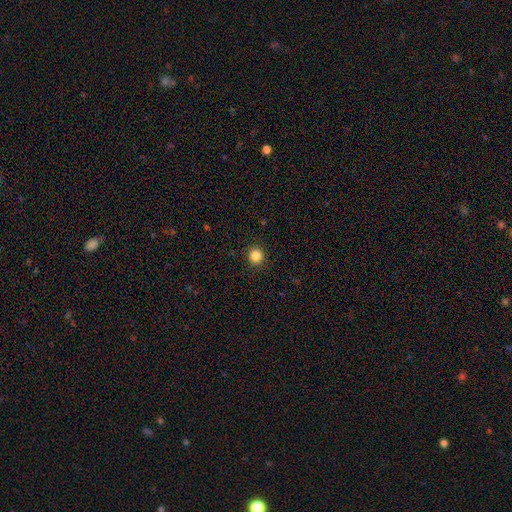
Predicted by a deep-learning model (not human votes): smooth 86%, star or artifact 11%, featured or disk 3%. Down the decision tree: how rounded — round (93%); merging — none (92%).